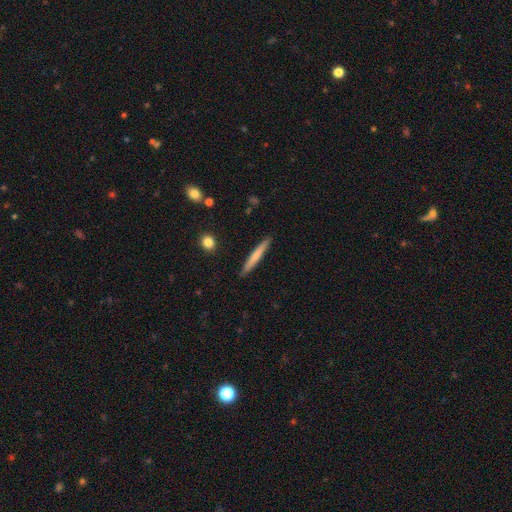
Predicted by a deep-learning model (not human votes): Q: Smooth or featured?
A: smooth (66%); runner-up: featured or disk (29%)
Q: How rounded?
A: cigar-shaped (96%); runner-up: in between (3%)
Q: Merging?
A: none (90%); runner-up: minor disturbance (7%)